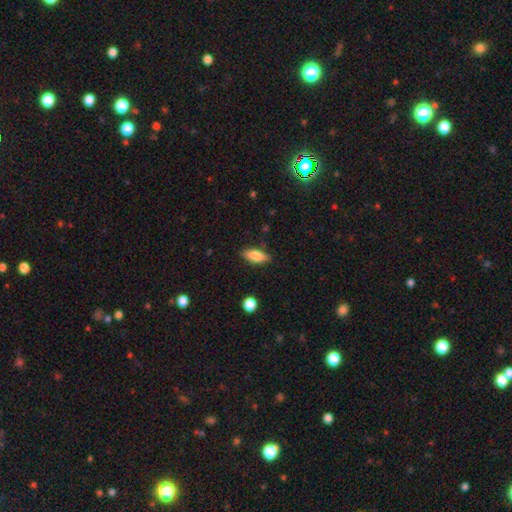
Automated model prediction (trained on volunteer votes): Smooth or featured: smooth — 80% (featured or disk — 13%)
How rounded: in between — 82% (cigar-shaped — 15%)
Merging: none — 84% (minor disturbance — 12%)